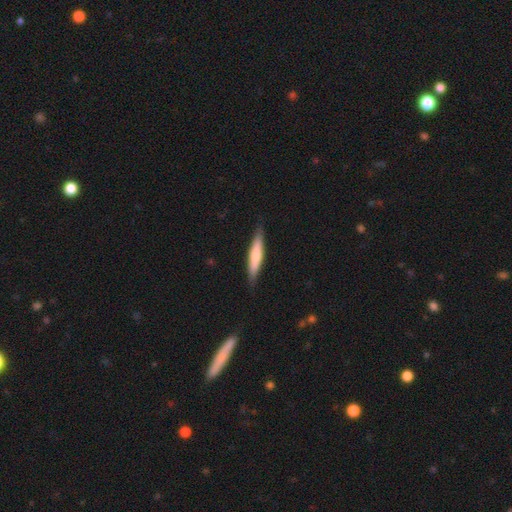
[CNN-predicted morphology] This appears to be a smooth galaxy with no disk features (63%) that is cigar-shaped (87%). Merging: none (86%).